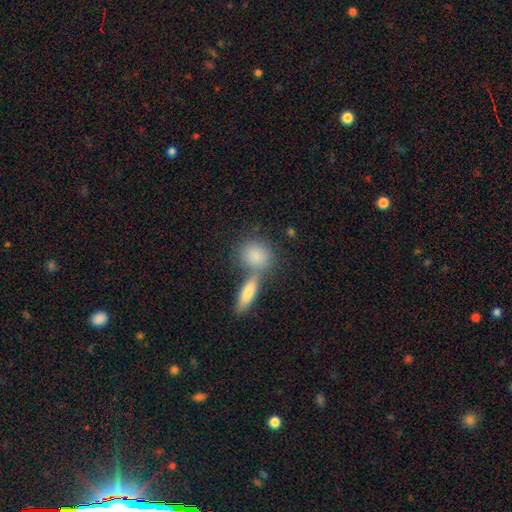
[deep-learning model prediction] smooth_or_featured: smooth (p=0.84) [alt: featured or disk p=0.09]
how_rounded: round (p=0.59) [alt: in between p=0.35]
merging: none (p=0.50) [alt: merger p=0.35]